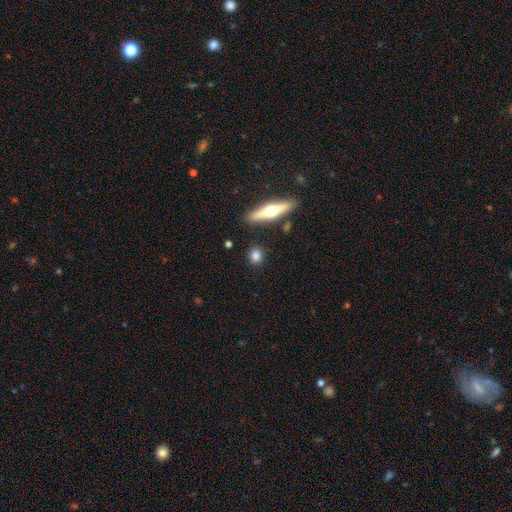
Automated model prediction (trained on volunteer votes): smooth 76%, featured or disk 16%, star or artifact 8%. Down the decision tree: how rounded — round (69%); merging — none (88%).